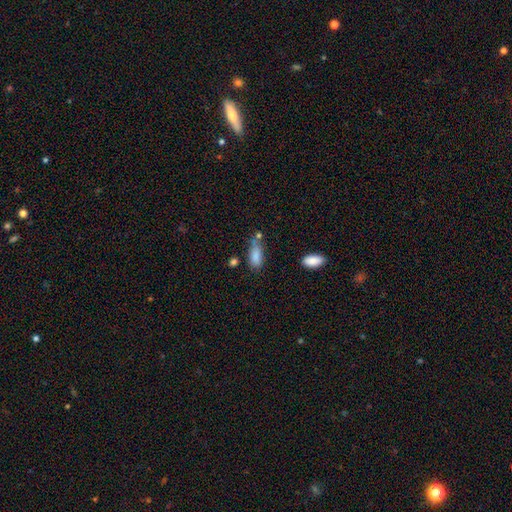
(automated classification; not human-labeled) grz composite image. It shows a smooth galaxy with no disk features (83%) that is in between round and cigar-shaped (76%). Merging: none (44%).